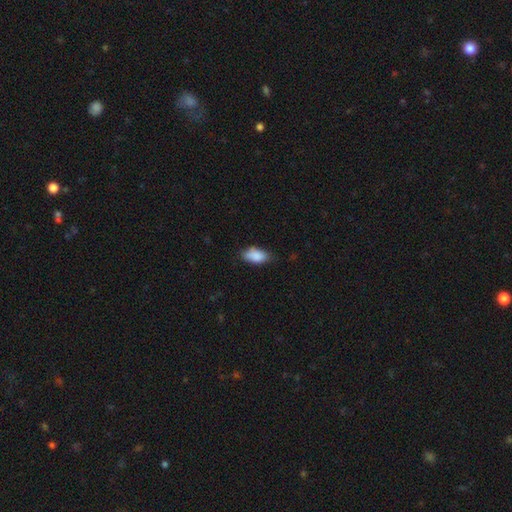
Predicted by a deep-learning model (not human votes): This appears to be a smooth galaxy with no disk features (87%) that is in between round and cigar-shaped (91%). Merging: none (69%).